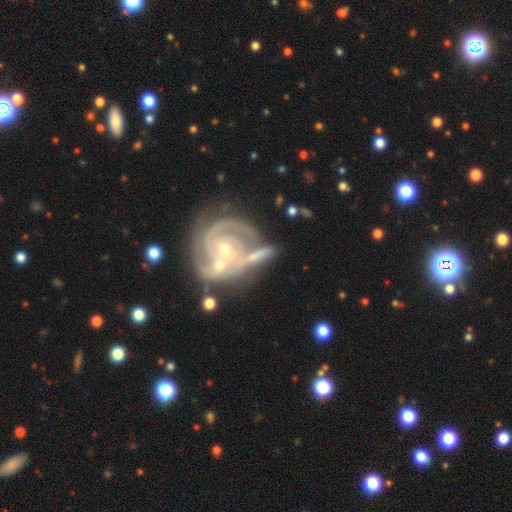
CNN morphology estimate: The model was most divided on "merging": merger: 44%, none: 34%, minor disturbance: 14%, major disturbance: 8%. Remaining: edge-on disk — no (94%); spiral arms — yes (87%); smooth or featured — featured or disk (71%); spiral winding — tight (65%); bar — no (63%); bulge size — small (55%); spiral arm count — 2 (39%).